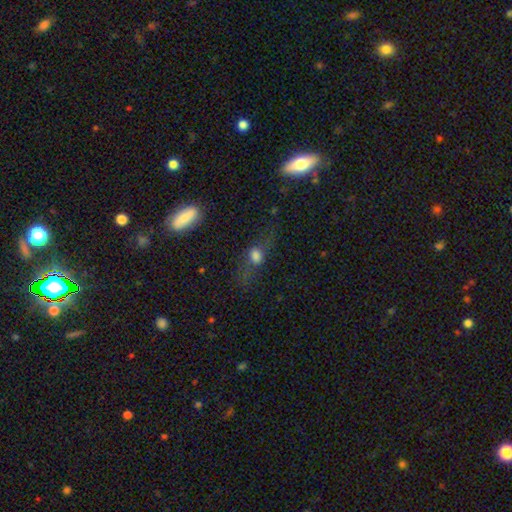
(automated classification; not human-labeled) Overall: smooth (52%; featured or disk 32%). How rounded: in between (55%; round 34%). Merging: none (53%; major disturbance 25%).